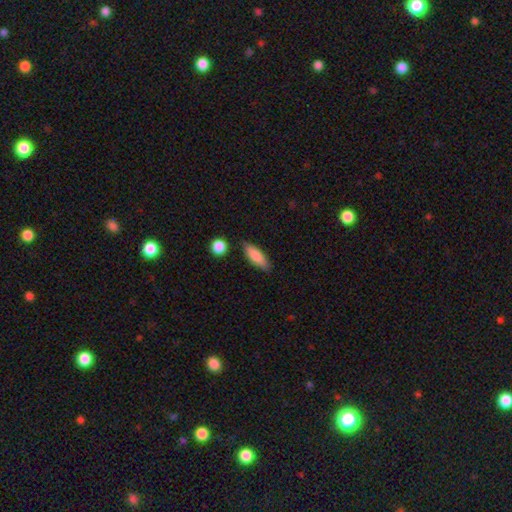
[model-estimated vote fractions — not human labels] Smooth or featured? Predicted: smooth (p=0.82). How rounded? Predicted: in between (p=0.62). Merging? Predicted: none (p=0.81).